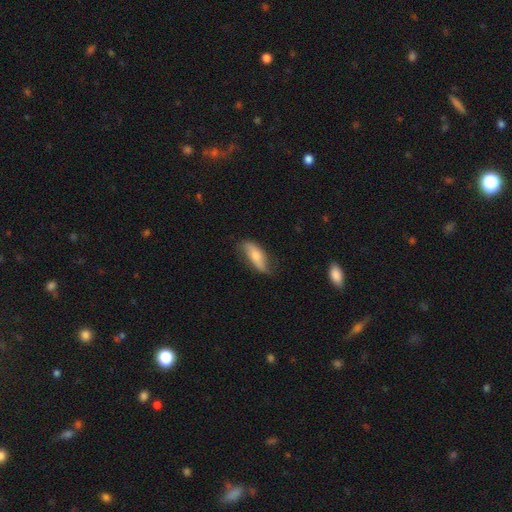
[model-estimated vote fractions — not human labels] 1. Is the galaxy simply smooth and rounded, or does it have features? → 50% smooth, 43% featured or disk, 7% star or artifact.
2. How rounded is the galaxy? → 72% in between, 24% cigar-shaped, 3% round.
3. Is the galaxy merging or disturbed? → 65% none, 27% minor disturbance, 6% major disturbance, 2% merger.